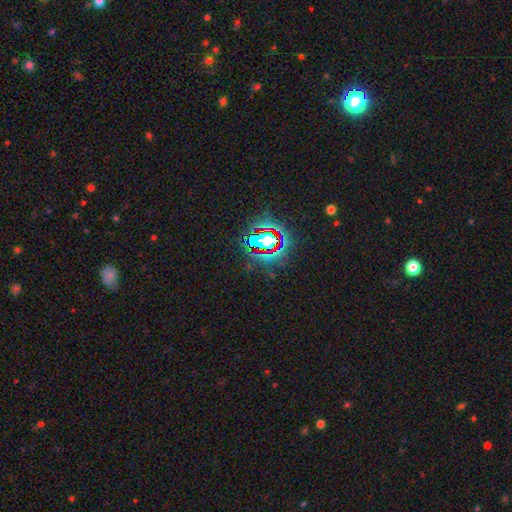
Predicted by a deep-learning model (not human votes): This is clearly a star or artifact rather than a galaxy (82%).